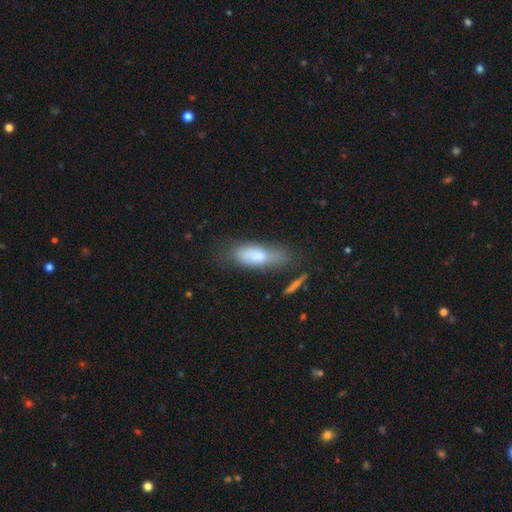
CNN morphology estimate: type=smooth (77%); roundness=in between (72%); merging=none (45%).